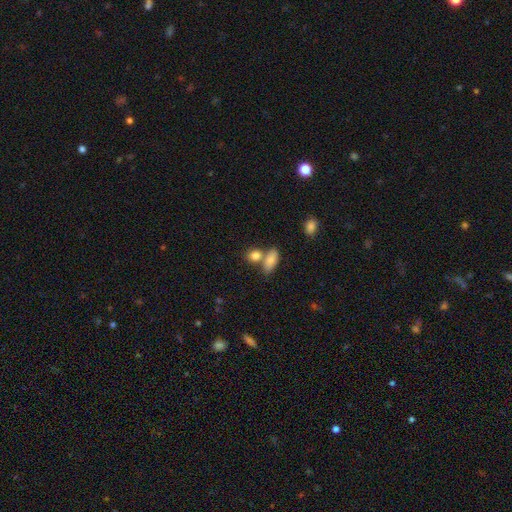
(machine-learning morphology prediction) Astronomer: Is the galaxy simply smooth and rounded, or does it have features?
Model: smooth — 83%.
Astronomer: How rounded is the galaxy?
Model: in between — 58% (runner-up: round, 37%).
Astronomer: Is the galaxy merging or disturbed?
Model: none — 49% (runner-up: merger, 37%).